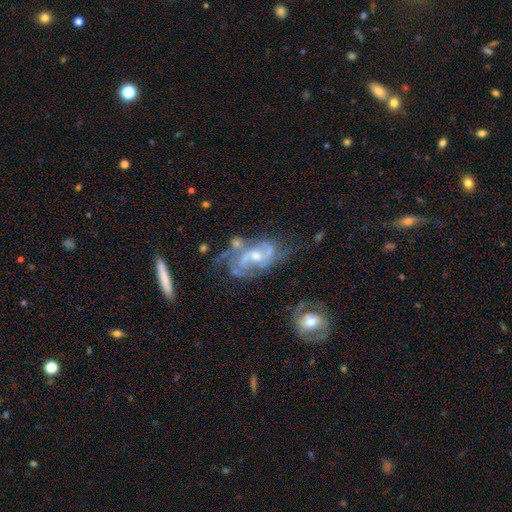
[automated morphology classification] Smooth or featured?
  - featured or disk: 83% *
  - smooth: 9%
  - star or artifact: 7%
Edge-on disk?
  - no: 95% *
  - yes: 5%
Bar?
  - no: 49% *
  - weak: 38%
  - strong: 13%
Spiral arms?
  - yes: 90% *
  - no: 10%
Spiral winding?
  - medium: 49% *
  - tight: 31%
  - loose: 20%
Spiral arm count?
  - 2: 66% *
  - can't tell: 17%
  - 3: 9%
  - 1: 3%
  - 4: 2%
  - more than 4: 2%
Bulge size?
  - moderate: 59% *
  - small: 32%
  - large: 4%
  - none: 3%
  - dominant: 1%
Merging?
  - none: 46% *
  - minor disturbance: 22%
  - major disturbance: 18%
  - merger: 14%